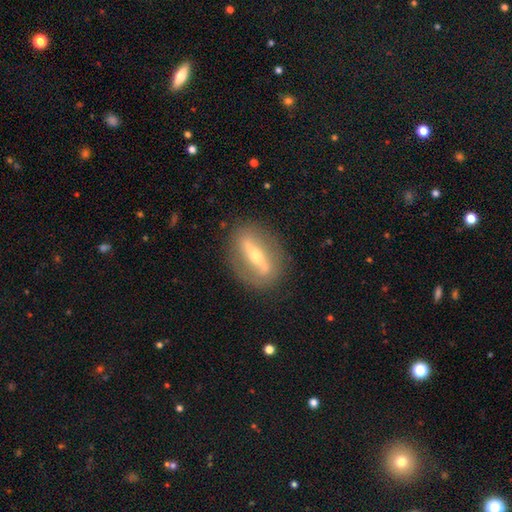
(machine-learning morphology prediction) smooth_or_featured: featured or disk (p=0.74) [alt: smooth p=0.19]
disk_edge_on: no (p=0.62) [alt: yes p=0.38]
merging: none (p=0.84) [alt: minor disturbance p=0.10]